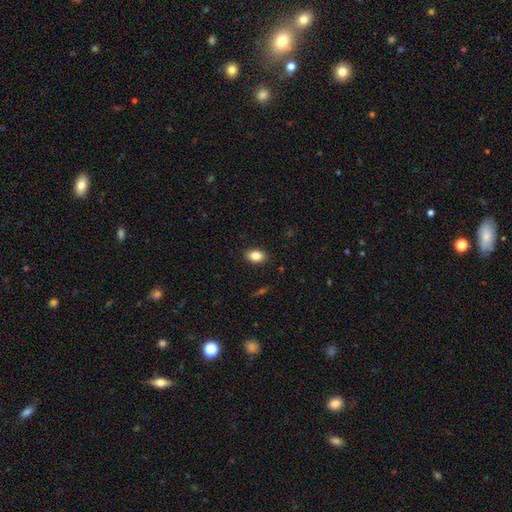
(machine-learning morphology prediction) This is clearly a smooth galaxy (84%). How rounded: clearly in between (82%). Merging: clearly none (89%).